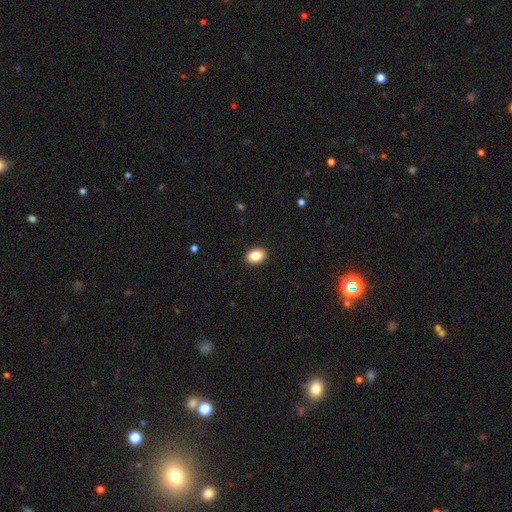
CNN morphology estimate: Overall: smooth (88%). How rounded: in between (83%). Merging: none (90%).